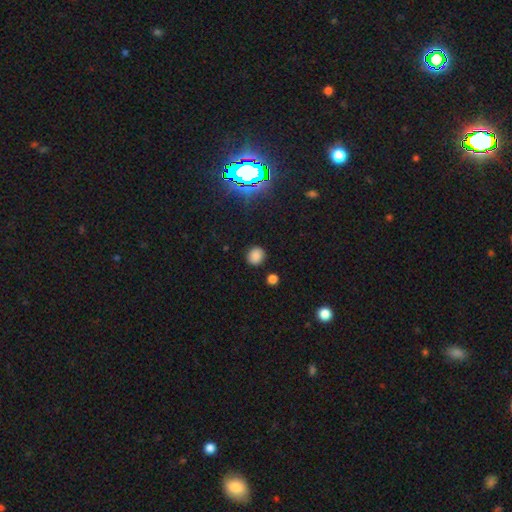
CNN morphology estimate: Smooth or featured: smooth — 80% (star or artifact — 15%)
How rounded: round — 79% (in between — 20%)
Merging: none — 87% (minor disturbance — 8%)